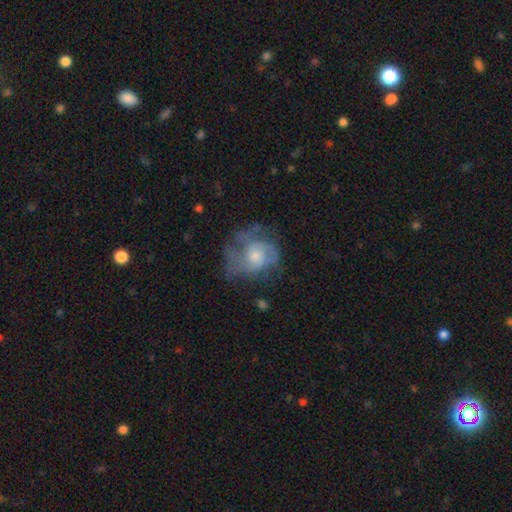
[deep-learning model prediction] The model was most divided on "bulge size": moderate: 49%, small: 38%, large: 7%, none: 5%, dominant: 1%. Remaining: edge-on disk — no (97%); bar — no (78%); spiral arms — yes (69%); smooth or featured — featured or disk (62%); merging — none (47%).